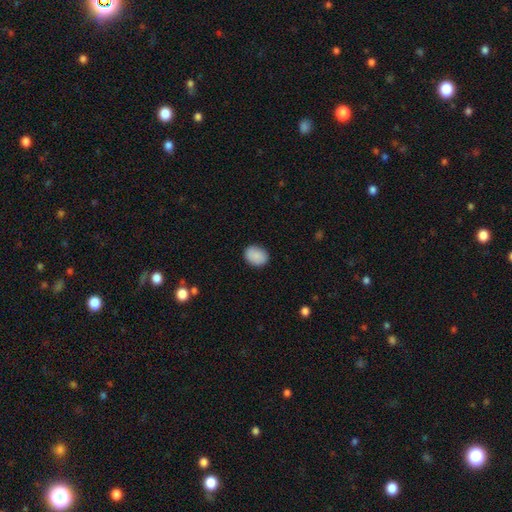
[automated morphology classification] Smooth or featured?
  - smooth: 89% *
  - star or artifact: 7%
  - featured or disk: 4%
How rounded?
  - in between: 61% *
  - round: 38%
  - cigar-shaped: 1%
Merging?
  - none: 87% *
  - minor disturbance: 9%
  - major disturbance: 2%
  - merger: 1%